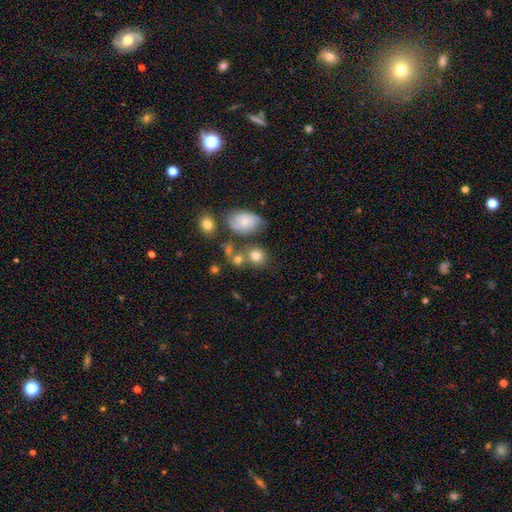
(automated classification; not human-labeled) smooth-or-featured: smooth: 77% | featured or disk: 13% | star or artifact: 10%
  how-rounded: round: 71% | in between: 28% | cigar-shaped: 1%
  merging: none: 57% | merger: 23% | minor disturbance: 14% | major disturbance: 6%